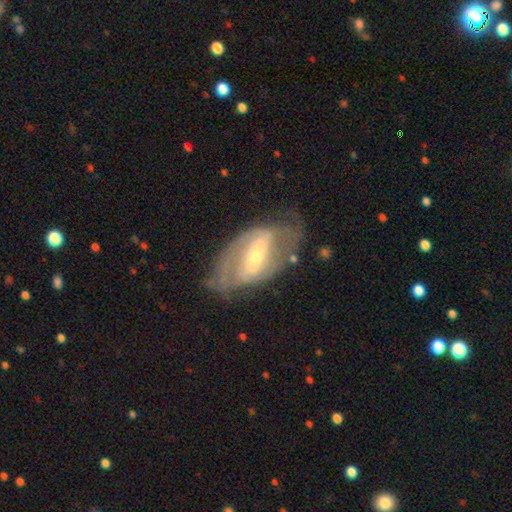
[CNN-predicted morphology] A featured or disk galaxy (81%) with a strong bar (58%), 2 (71%) medium (43%) spiral arms (78%) and a small central bulge (55%). Merging: none (60%).